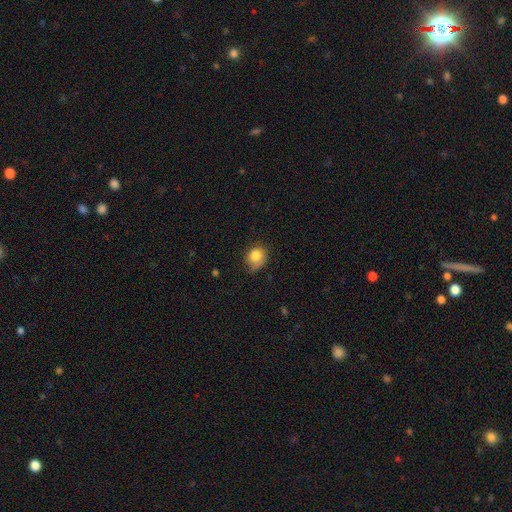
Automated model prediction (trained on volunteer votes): The model was most divided on "merging": none: 52%, minor disturbance: 35%, major disturbance: 11%, merger: 2%. More confident: smooth or featured — smooth (81%); how rounded — round (63%).